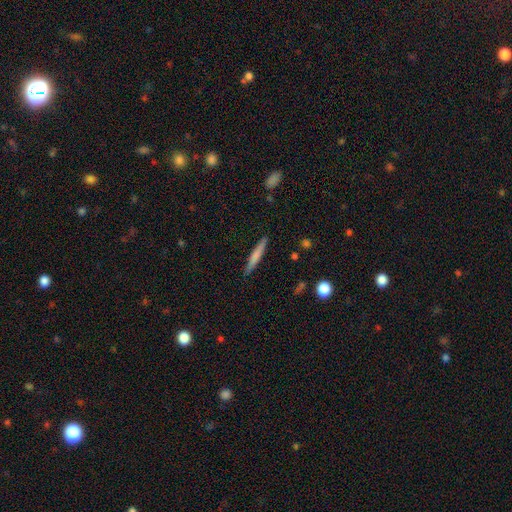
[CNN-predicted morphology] type=smooth (66%); roundness=cigar-shaped (95%); merging=none (88%).